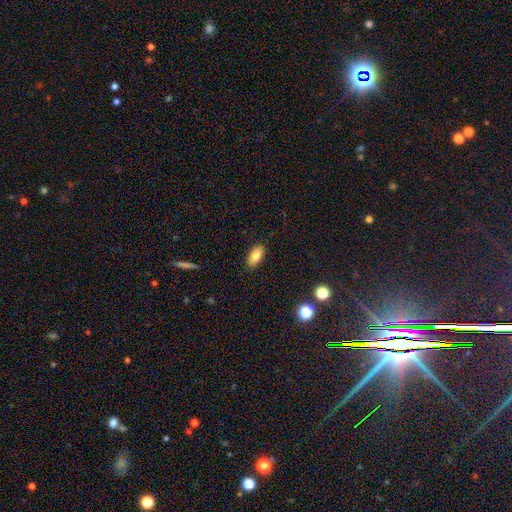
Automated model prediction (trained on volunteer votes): Q: Smooth or featured?
A: smooth (83%); runner-up: featured or disk (9%)
Q: How rounded?
A: in between (87%); runner-up: cigar-shaped (9%)
Q: Merging?
A: none (87%); runner-up: minor disturbance (10%)